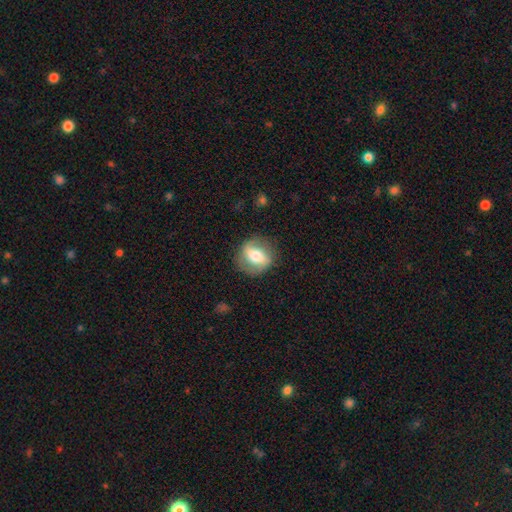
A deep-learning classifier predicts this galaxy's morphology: smooth_or_featured: featured or disk (p=0.52) [alt: smooth p=0.41]
disk_edge_on: no (p=0.88) [alt: yes p=0.12]
merging: none (p=0.80) [alt: minor disturbance p=0.13]